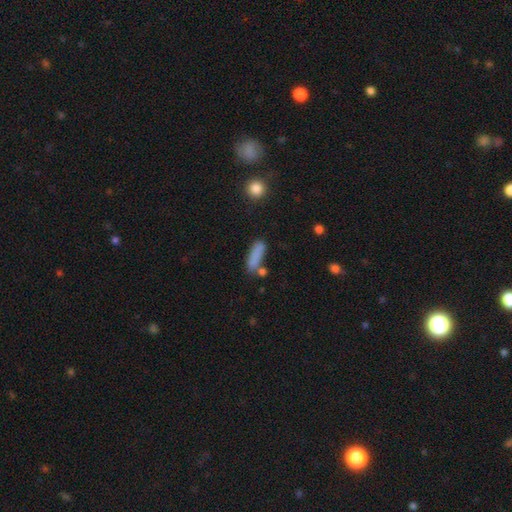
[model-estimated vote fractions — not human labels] A smooth galaxy with no disk features (82%) that is cigar-shaped (57%). Merging: none (61%).